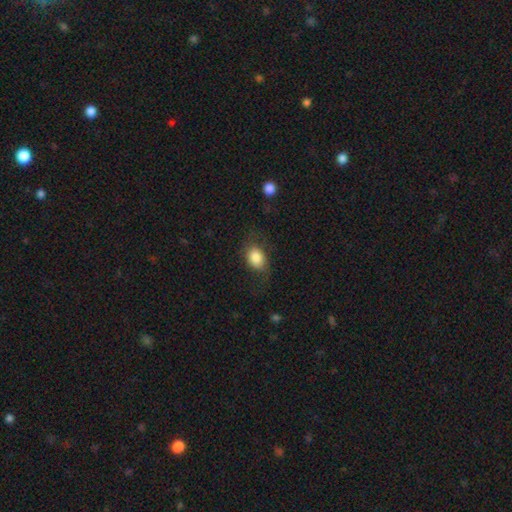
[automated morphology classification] smooth_or_featured: smooth (p=0.81) [alt: featured or disk p=0.11]
how_rounded: in between (p=0.69) [alt: round p=0.29]
merging: none (p=0.61) [alt: minor disturbance p=0.22]